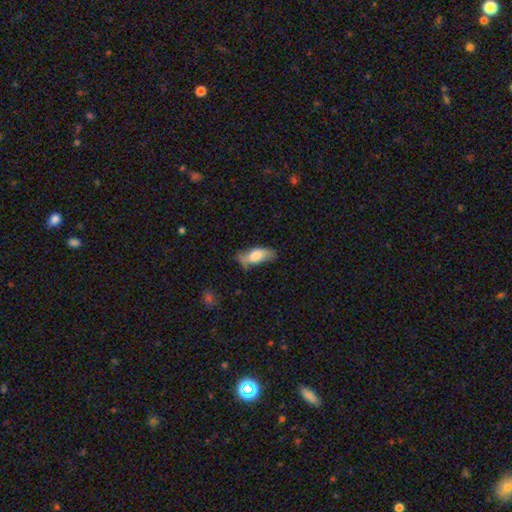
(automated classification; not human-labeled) smooth_or_featured: smooth (p=0.71) [alt: featured or disk p=0.22]
how_rounded: in between (p=0.80) [alt: cigar-shaped p=0.17]
merging: none (p=0.52) [alt: minor disturbance p=0.32]